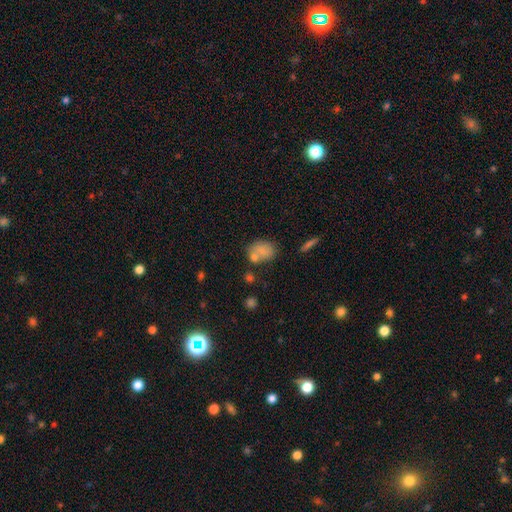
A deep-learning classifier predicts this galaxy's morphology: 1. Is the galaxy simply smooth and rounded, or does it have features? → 64% smooth, 22% star or artifact, 13% featured or disk.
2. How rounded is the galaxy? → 52% in between, 46% round, 2% cigar-shaped.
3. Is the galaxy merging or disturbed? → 55% none, 23% merger, 15% minor disturbance, 7% major disturbance.